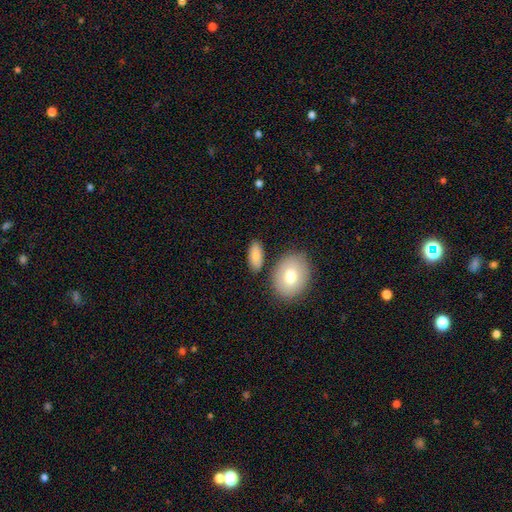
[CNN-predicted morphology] smooth-or-featured: smooth: 83% | featured or disk: 10% | star or artifact: 6%
  how-rounded: in between: 87% | cigar-shaped: 7% | round: 6%
  merging: none: 78% | minor disturbance: 12% | merger: 6% | major disturbance: 4%